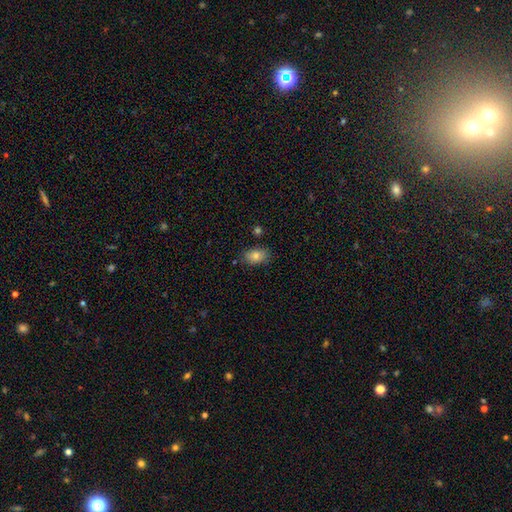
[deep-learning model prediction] smooth_or_featured: smooth (p=0.78) [alt: featured or disk p=0.11]
how_rounded: in between (p=0.83) [alt: round p=0.15]
merging: none (p=0.82) [alt: minor disturbance p=0.13]